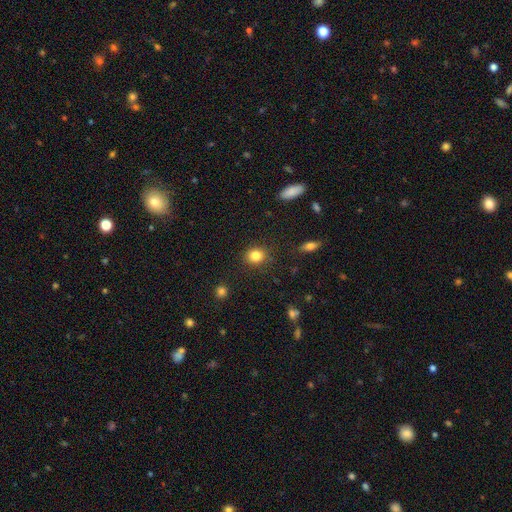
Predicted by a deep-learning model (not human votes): Smooth or featured?
  - smooth: 84% *
  - star or artifact: 10%
  - featured or disk: 6%
How rounded?
  - round: 71% *
  - in between: 28%
  - cigar-shaped: 1%
Merging?
  - none: 87% *
  - minor disturbance: 9%
  - major disturbance: 3%
  - merger: 2%